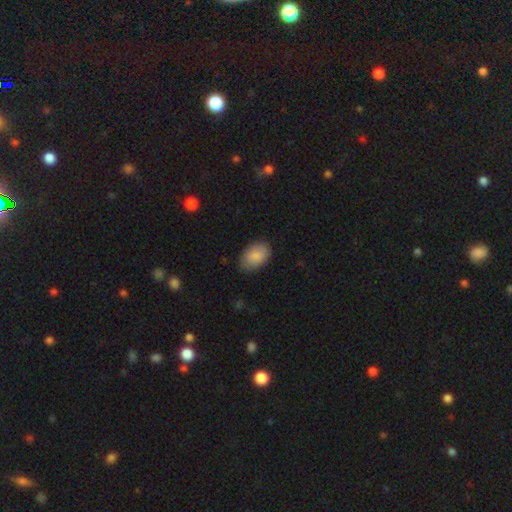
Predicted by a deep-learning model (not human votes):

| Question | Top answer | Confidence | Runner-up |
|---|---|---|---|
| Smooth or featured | smooth | 85% | featured or disk (9%) |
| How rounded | in between | 90% | round (9%) |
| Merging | none | 80% | minor disturbance (16%) |